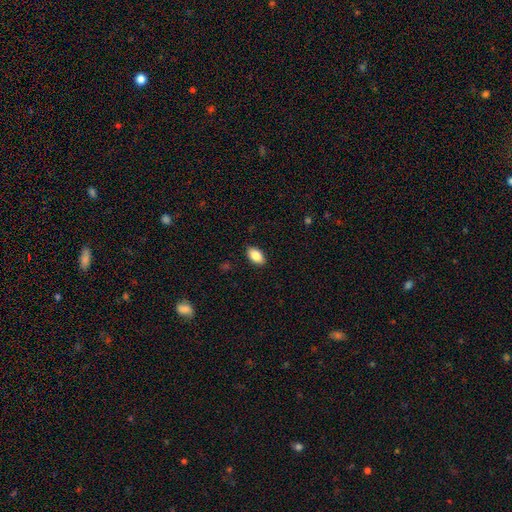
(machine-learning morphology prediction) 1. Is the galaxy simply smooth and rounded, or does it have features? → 86% smooth, 7% star or artifact, 7% featured or disk.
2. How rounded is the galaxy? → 93% in between, 5% round, 2% cigar-shaped.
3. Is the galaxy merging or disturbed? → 88% none, 9% minor disturbance, 2% major disturbance, 1% merger.